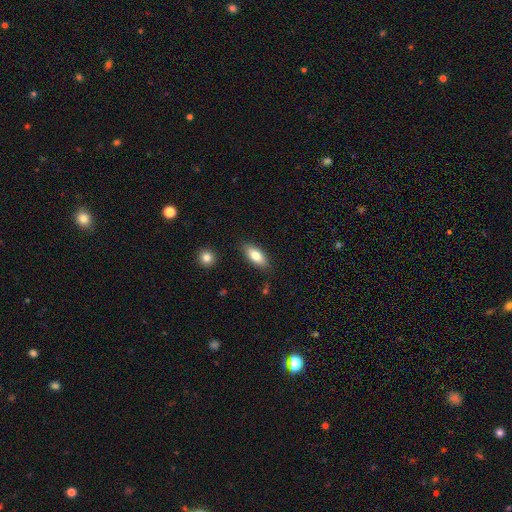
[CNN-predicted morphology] A smooth galaxy with no disk features (78%) that is in between round and cigar-shaped (80%). Merging: none (85%).